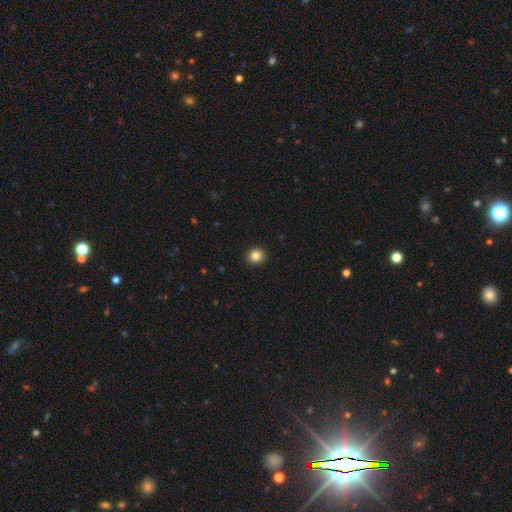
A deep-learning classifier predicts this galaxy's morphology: Q: Smooth or featured?
A: smooth (85%); runner-up: star or artifact (11%)
Q: How rounded?
A: round (92%); runner-up: in between (7%)
Q: Merging?
A: none (93%); runner-up: minor disturbance (4%)